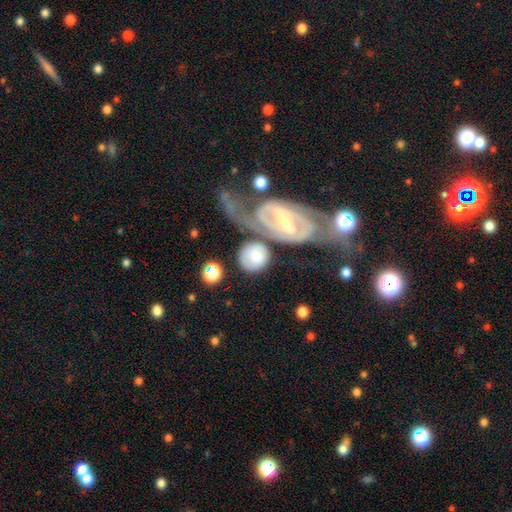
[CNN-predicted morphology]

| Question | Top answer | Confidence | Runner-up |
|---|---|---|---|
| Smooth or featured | smooth | 63% | featured or disk (31%) |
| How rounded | round | 79% | in between (19%) |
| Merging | none | 48% | merger (26%) |